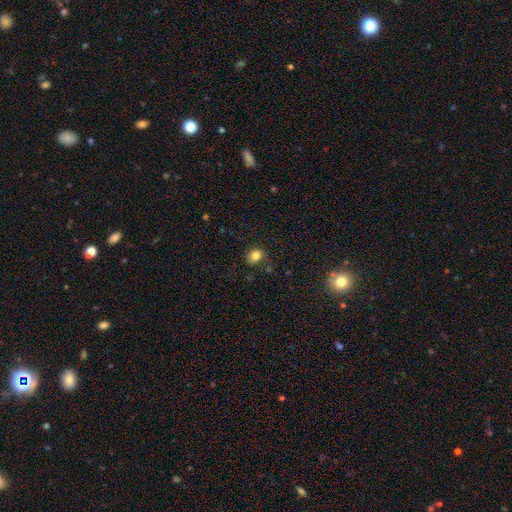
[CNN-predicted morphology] Smooth or featured? Predicted: smooth (p=0.82). How rounded? Predicted: round (p=0.63). Merging? Predicted: none (p=0.76).